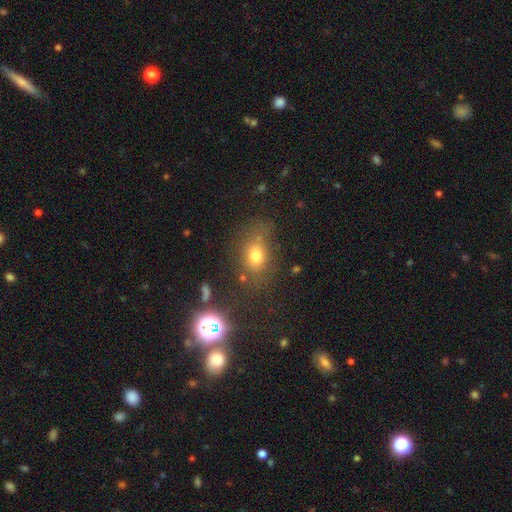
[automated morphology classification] The model was most divided on "how rounded": in between: 62%, round: 35%, cigar-shaped: 2%. More confident: smooth or featured — smooth (68%); merging — none (65%).